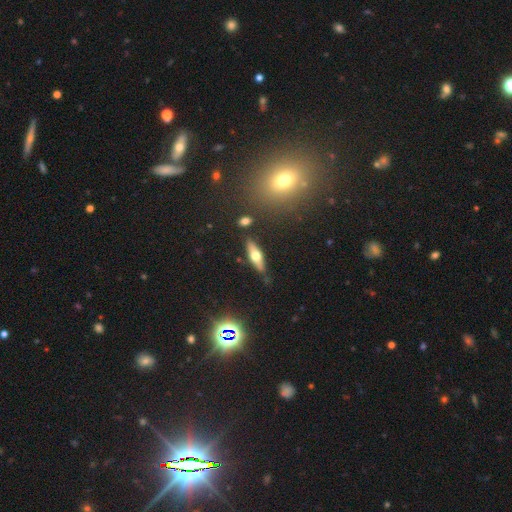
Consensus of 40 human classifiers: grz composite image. It shows a smooth galaxy with no disk features (52%) that is cigar-shaped (67%). Merging: none (75%).